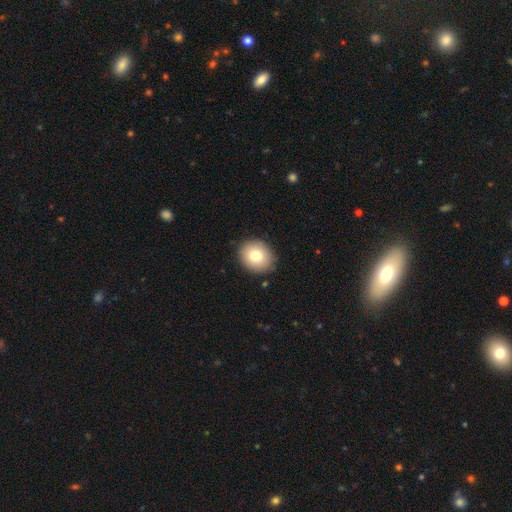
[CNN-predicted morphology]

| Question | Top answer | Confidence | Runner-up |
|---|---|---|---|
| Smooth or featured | smooth | 78% | featured or disk (13%) |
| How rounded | round | 72% | in between (27%) |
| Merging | none | 89% | minor disturbance (8%) |